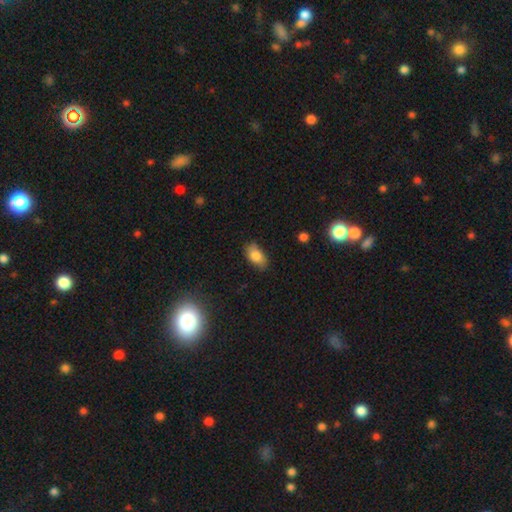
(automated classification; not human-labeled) Morphology: type=smooth (78%); roundness=in between (91%); merging=none (75%).